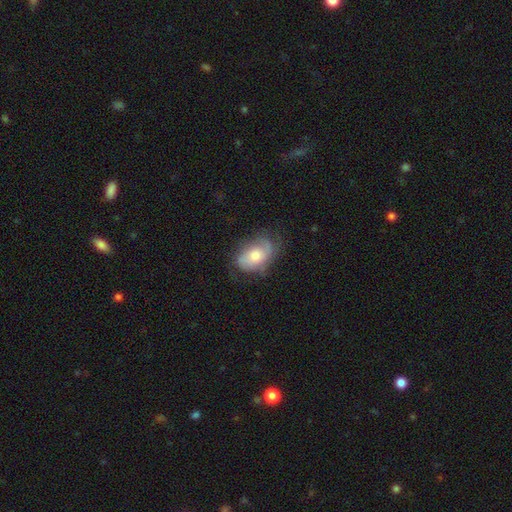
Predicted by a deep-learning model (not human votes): Morphology: type=smooth (57%); roundness=in between (85%); merging=none (54%).